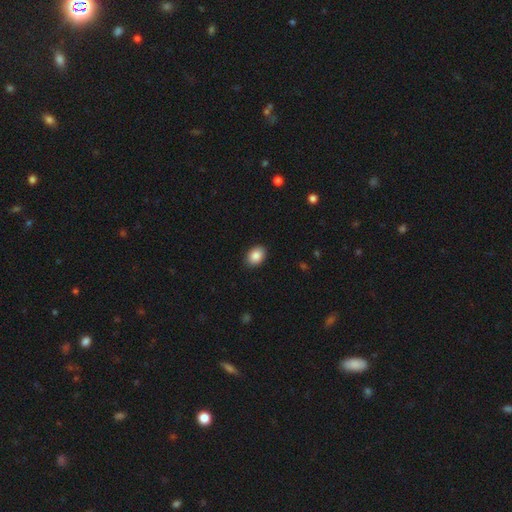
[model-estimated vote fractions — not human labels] Smooth or featured? Predicted: smooth (p=0.88). How rounded? Predicted: in between (p=0.77). Merging? Predicted: none (p=0.89).